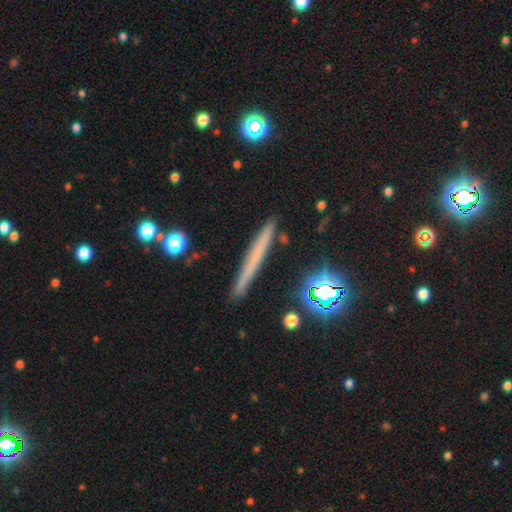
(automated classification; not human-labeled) A smooth galaxy with no disk features (46%). Merging: none (89%).